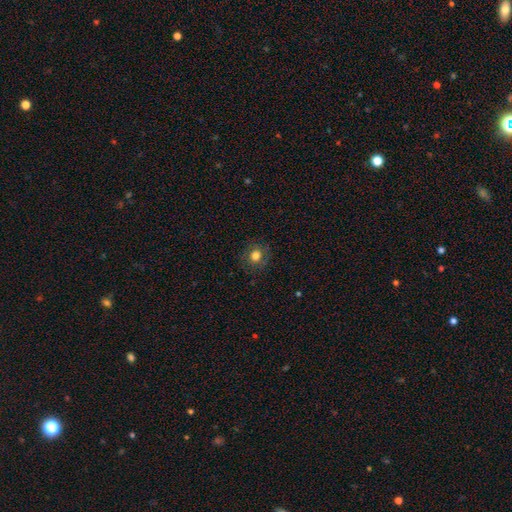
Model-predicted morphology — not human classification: Overall: smooth (75%). How rounded: round (81%). Merging: none (84%).